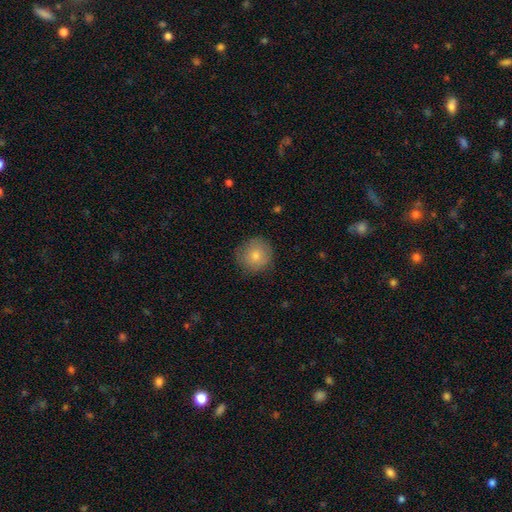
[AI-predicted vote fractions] Morphology: type=smooth (80%); roundness=round (92%); merging=none (83%).